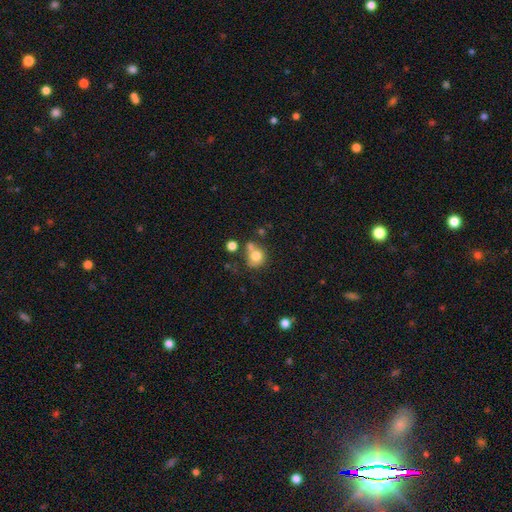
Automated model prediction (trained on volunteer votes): smooth 76%, featured or disk 13%, star or artifact 11%. Down the decision tree: how rounded — round (75%); merging — none (43%).